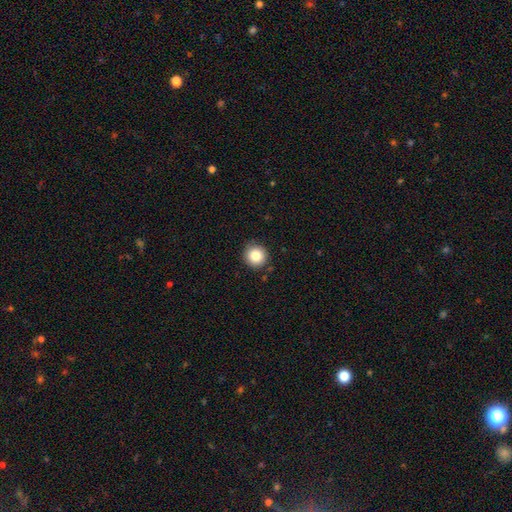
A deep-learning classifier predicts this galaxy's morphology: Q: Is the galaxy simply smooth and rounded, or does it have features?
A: smooth — 84%.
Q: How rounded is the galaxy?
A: round — 95%.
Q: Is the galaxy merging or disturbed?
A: none — 87%.